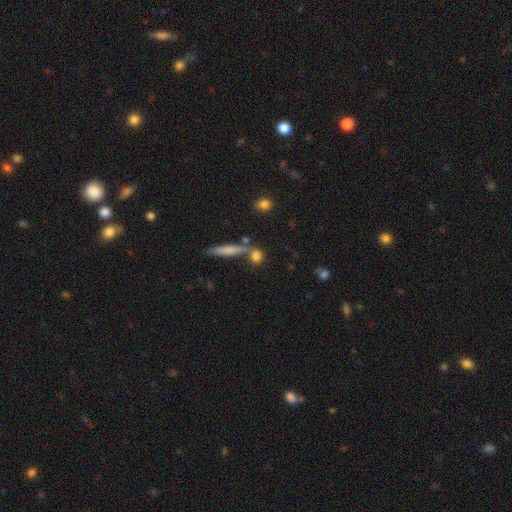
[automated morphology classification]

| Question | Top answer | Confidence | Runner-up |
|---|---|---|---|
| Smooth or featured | smooth | 77% | featured or disk (13%) |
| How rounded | round | 57% | in between (22%) |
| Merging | none | 61% | merger (24%) |